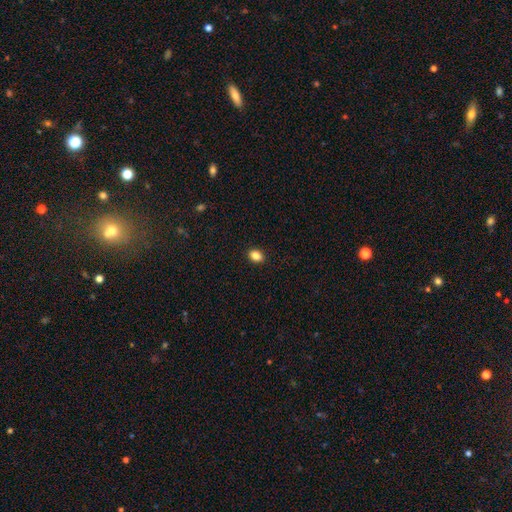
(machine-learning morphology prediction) The model was most divided on "how rounded": in between: 63%, round: 36%, cigar-shaped: 1%. More confident: merging — none (91%); smooth or featured — smooth (86%).